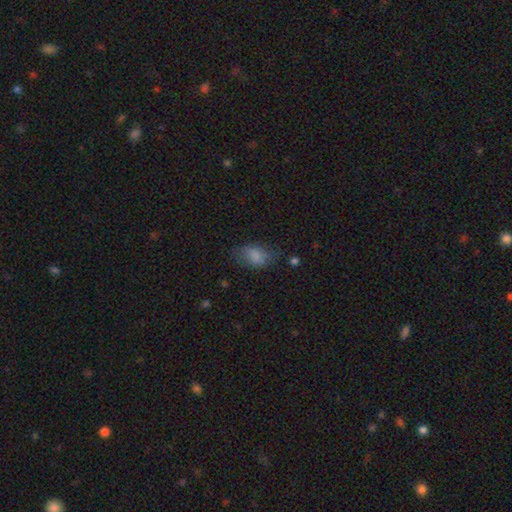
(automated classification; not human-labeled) A smooth galaxy with no disk features (78%) that is in between round and cigar-shaped (86%). Merging: none (54%).